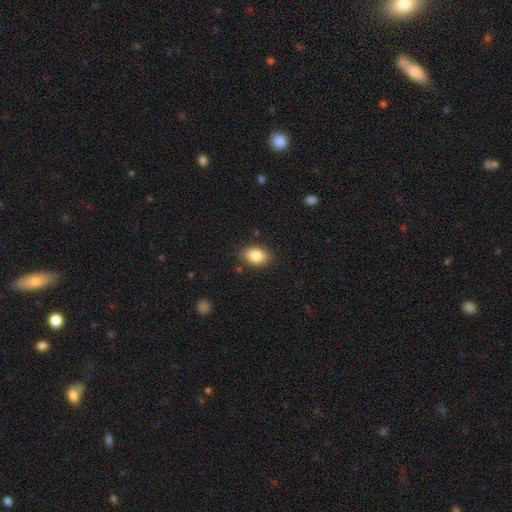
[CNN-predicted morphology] This appears to be a smooth galaxy with no disk features (85%) that is in between round and cigar-shaped (82%). Merging: none (84%).